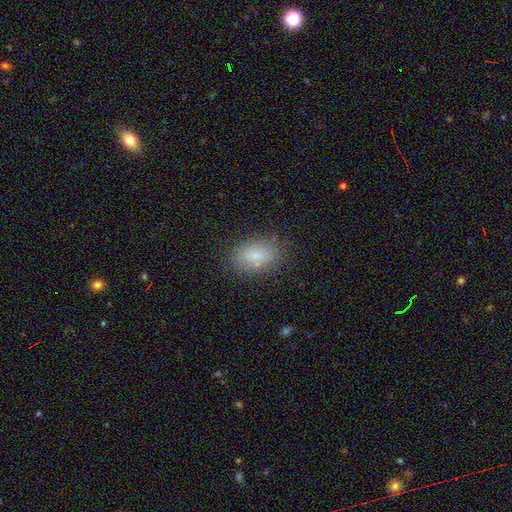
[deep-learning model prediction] A smooth galaxy with no disk features (76%) that is in between round and cigar-shaped (84%).

Vote fractions:
- Smooth or featured? smooth: 76% / featured or disk: 14% / star or artifact: 10%
- How rounded? in between: 84% / round: 14% / cigar-shaped: 2%
- Merging? none: 79% / minor disturbance: 14% / major disturbance: 4% / merger: 3%